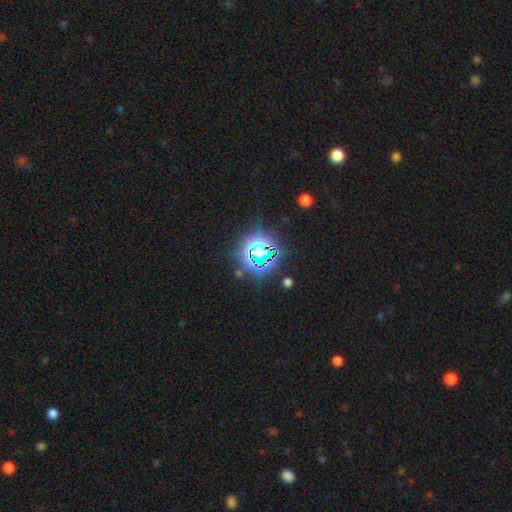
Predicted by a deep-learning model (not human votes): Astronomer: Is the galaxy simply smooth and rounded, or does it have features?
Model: star or artifact — 82%.